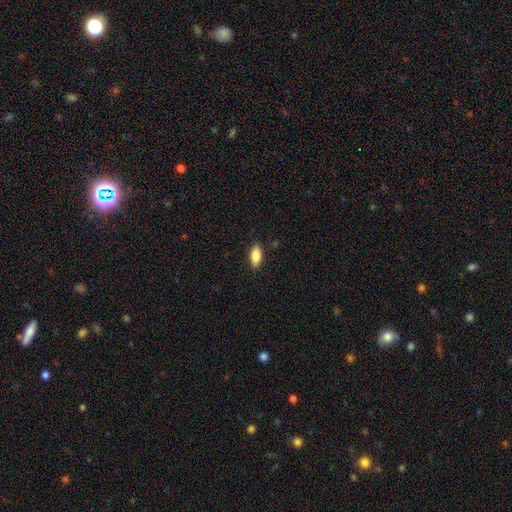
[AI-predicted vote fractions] This is clearly a smooth galaxy (84%). How rounded: clearly in between (86%). Merging: clearly none (87%).